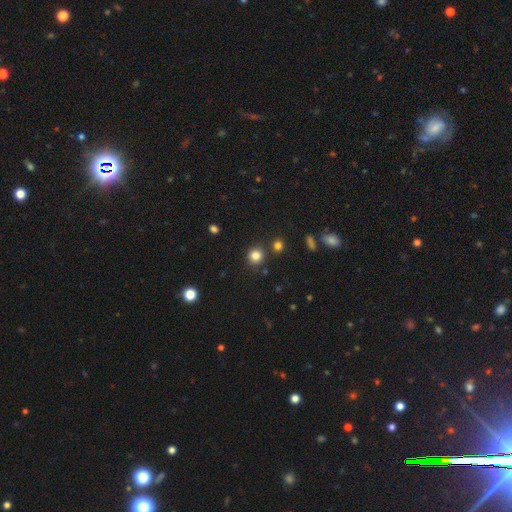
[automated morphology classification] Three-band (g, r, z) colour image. It shows a smooth galaxy with no disk features (82%) that is round (92%). Merging: none (85%).